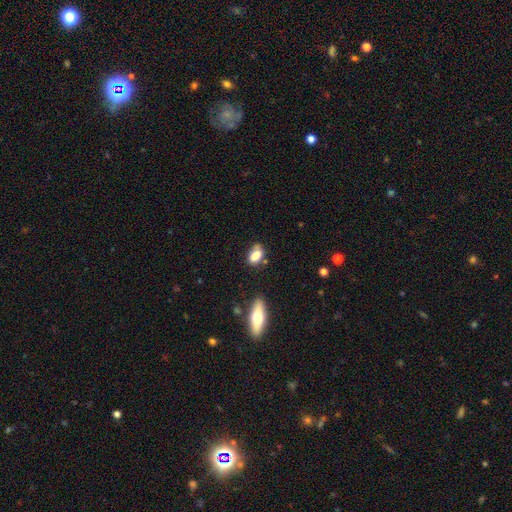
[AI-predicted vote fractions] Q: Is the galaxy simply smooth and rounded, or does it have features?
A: smooth — 80%.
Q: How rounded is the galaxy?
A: in between — 87%.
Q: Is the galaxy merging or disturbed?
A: none — 55%.